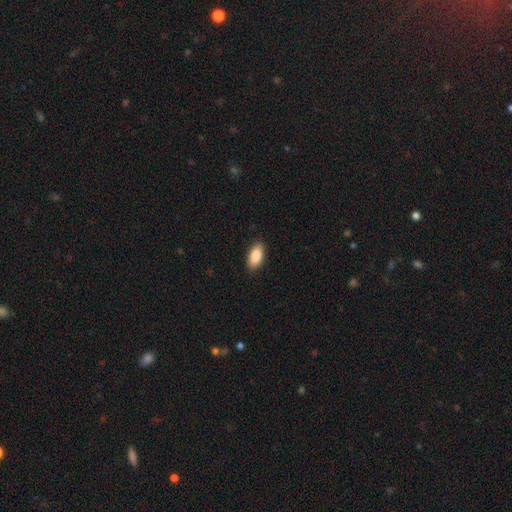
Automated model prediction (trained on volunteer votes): The model was most divided on "merging": none: 89%, minor disturbance: 8%, major disturbance: 2%, merger: 1%. More confident: how rounded — in between (90%); smooth or featured — smooth (88%).